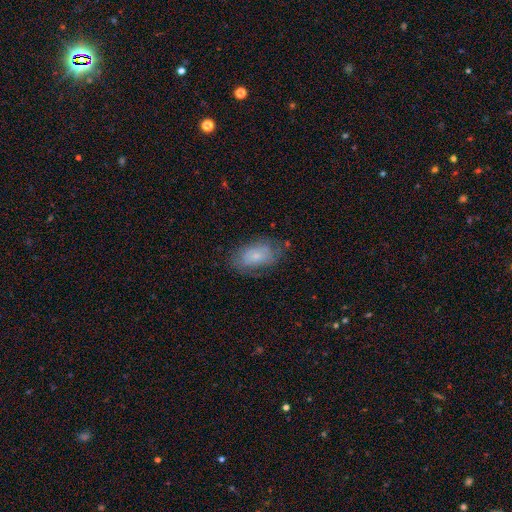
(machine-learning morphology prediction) This is likely a smooth galaxy (61%). How rounded: clearly in between (91%). Merging: likely none (66%).